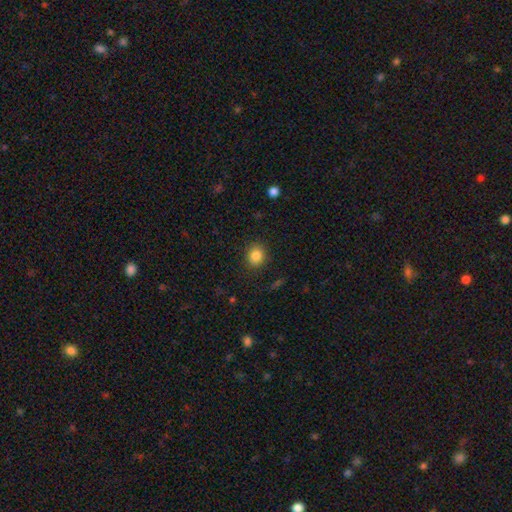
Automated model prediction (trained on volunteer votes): smooth_or_featured: smooth (p=0.84) [alt: star or artifact p=0.10]
how_rounded: round (p=0.74) [alt: in between p=0.26]
merging: none (p=0.88) [alt: minor disturbance p=0.08]